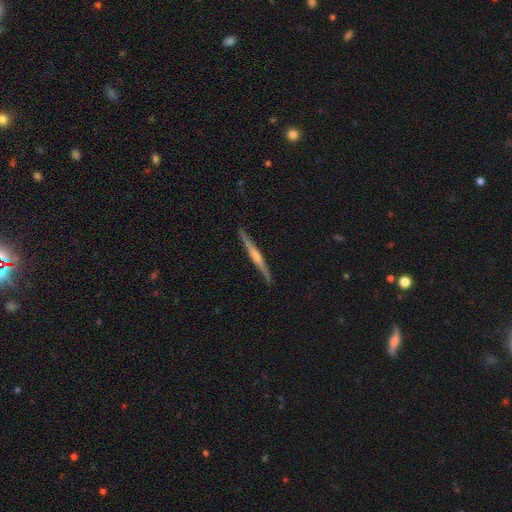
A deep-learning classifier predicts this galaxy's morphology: Smooth or featured? Predicted: featured or disk (p=0.64). Edge-on disk? Predicted: yes (p=0.97). Edge-on bulge? Predicted: rounded (p=0.42). Merging? Predicted: none (p=0.87).